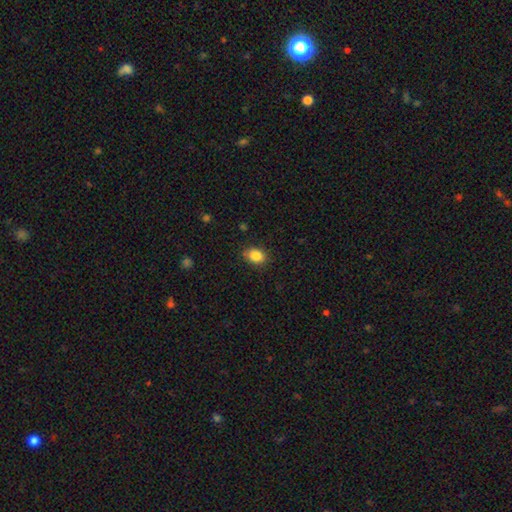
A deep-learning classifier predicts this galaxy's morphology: smooth_or_featured: smooth (p=0.86) [alt: star or artifact p=0.09]
how_rounded: in between (p=0.63) [alt: round p=0.36]
merging: none (p=0.84) [alt: minor disturbance p=0.12]